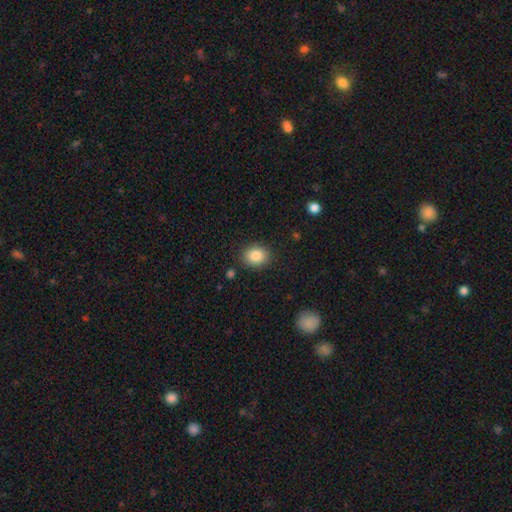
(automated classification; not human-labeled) Smooth or featured?
  - smooth: 86% *
  - star or artifact: 9%
  - featured or disk: 6%
How rounded?
  - round: 50% *
  - in between: 49%
  - cigar-shaped: 1%
Merging?
  - none: 87% *
  - minor disturbance: 9%
  - major disturbance: 3%
  - merger: 2%